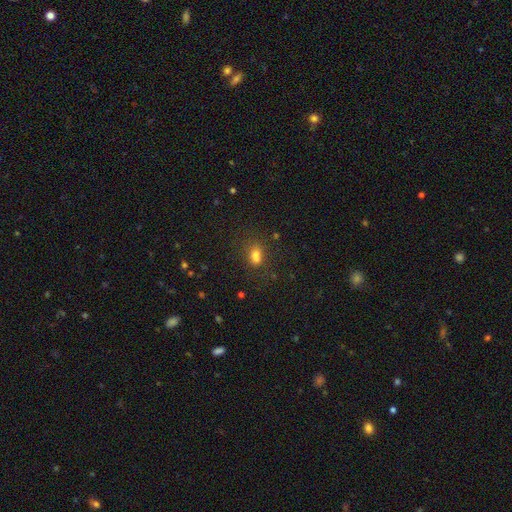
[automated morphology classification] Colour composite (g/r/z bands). It shows a smooth galaxy with no disk features (73%) that is in between round and cigar-shaped (69%). Merging: none (51%).